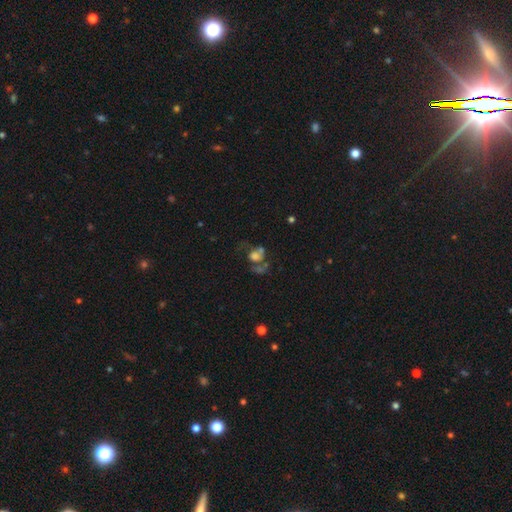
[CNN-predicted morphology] Smooth or featured?
  - smooth: 44% *
  - featured or disk: 38%
  - star or artifact: 18%
Merging?
  - none: 30% *
  - major disturbance: 29%
  - merger: 27%
  - minor disturbance: 14%